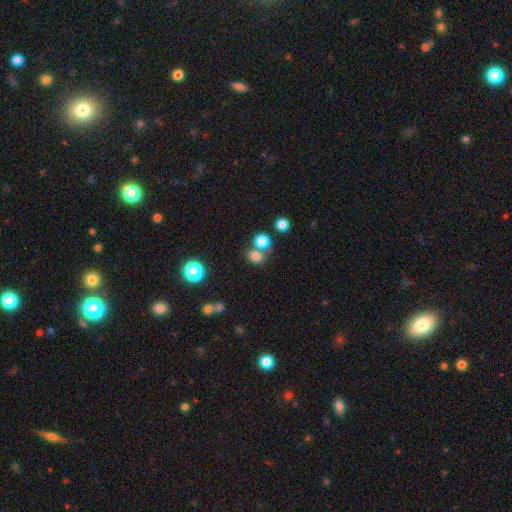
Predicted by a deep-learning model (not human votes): Overall: smooth (77%). How rounded: round (65%; in between 34%). Merging: none (53%; merger 34%).